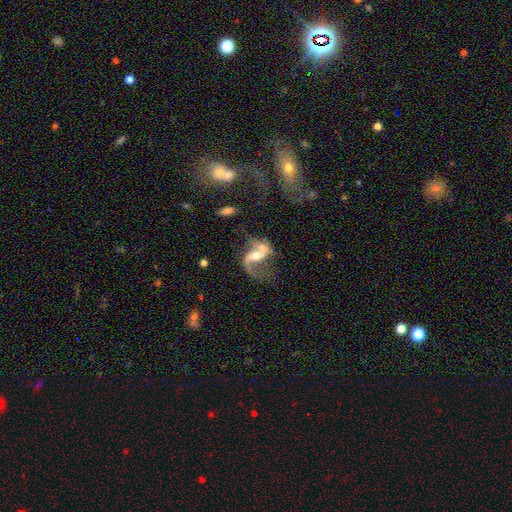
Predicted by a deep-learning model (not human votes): The model was most divided on "bar": no: 45%, weak: 37%, strong: 18%. Remaining: edge-on disk — no (97%); spiral arms — yes (93%); smooth or featured — featured or disk (85%); spiral arm count — 2 (82%); spiral winding — loose (73%); bulge size — moderate (63%); merging — none (38%).